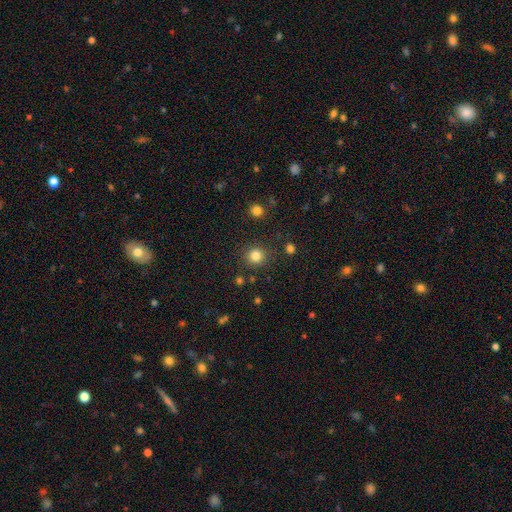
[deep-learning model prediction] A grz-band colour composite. It shows a smooth galaxy with no disk features (83%) that is round (91%). Merging: none (87%).